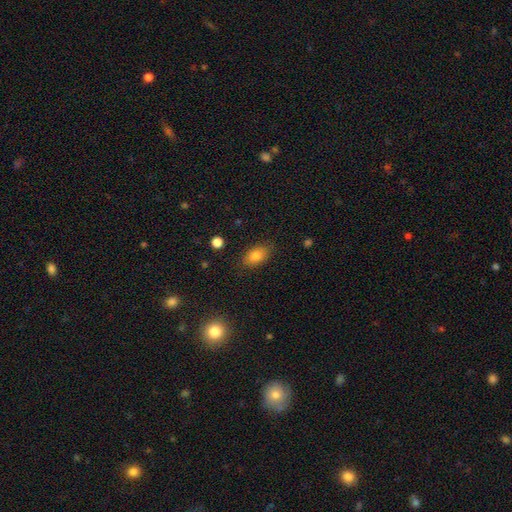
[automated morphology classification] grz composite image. It shows a smooth galaxy with no disk features (83%) that is in between round and cigar-shaped (86%). Merging: none (82%).